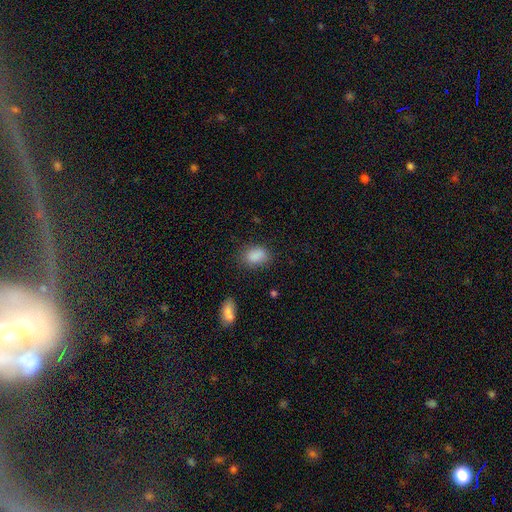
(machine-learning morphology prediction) smooth_or_featured: smooth (p=0.87) [alt: star or artifact p=0.09]
how_rounded: in between (p=0.81) [alt: round p=0.17]
merging: none (p=0.75) [alt: minor disturbance p=0.18]